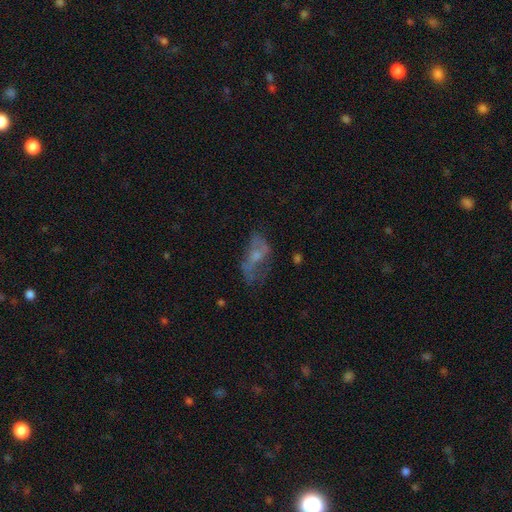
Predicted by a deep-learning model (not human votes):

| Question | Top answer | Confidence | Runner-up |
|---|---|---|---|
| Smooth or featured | featured or disk | 54% | smooth (33%) |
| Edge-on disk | no | 91% | yes (9%) |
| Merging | none | 41% | major disturbance (30%) |